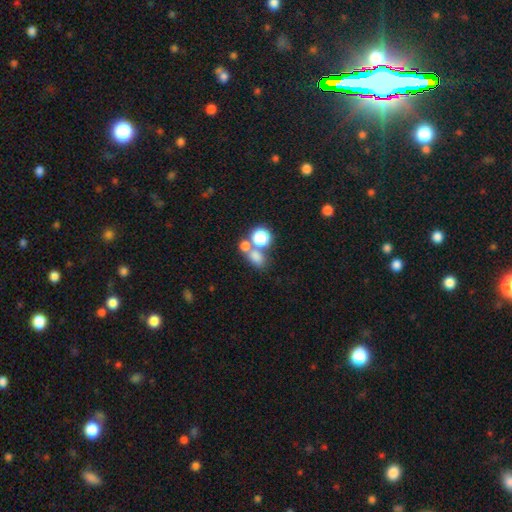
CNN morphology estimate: A smooth galaxy with no disk features (69%) that is round (50%). Merging: merger (45%).